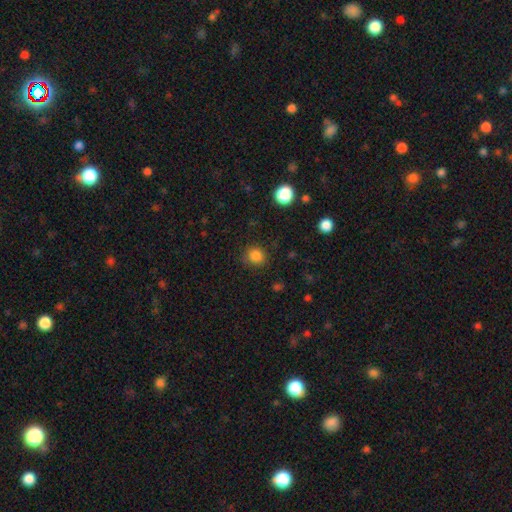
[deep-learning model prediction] Smooth or featured?
  - smooth: 84% *
  - star or artifact: 12%
  - featured or disk: 4%
How rounded?
  - round: 83% *
  - in between: 16%
  - cigar-shaped: 1%
Merging?
  - none: 84% *
  - minor disturbance: 11%
  - major disturbance: 3%
  - merger: 1%